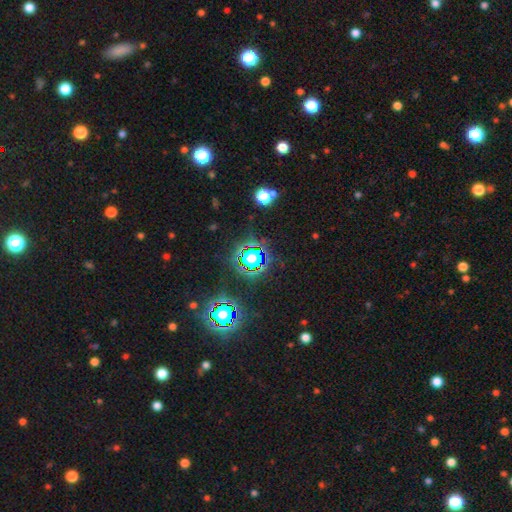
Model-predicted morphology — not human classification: The model was most divided on "smooth or featured": star or artifact: 66%, smooth: 23%, featured or disk: 12%.